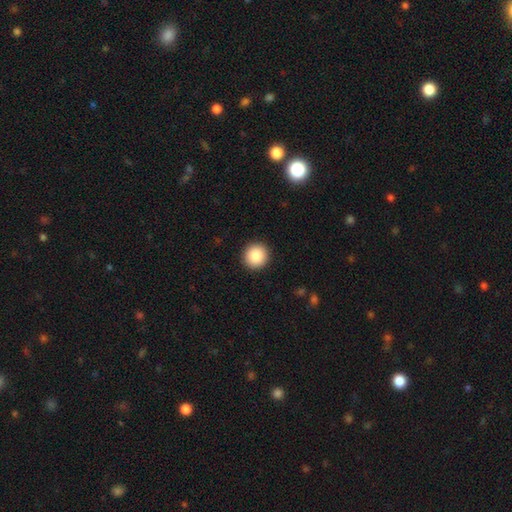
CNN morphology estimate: Smooth or featured: smooth — 86% (star or artifact — 8%)
How rounded: round — 95% (in between — 4%)
Merging: none — 93% (minor disturbance — 4%)